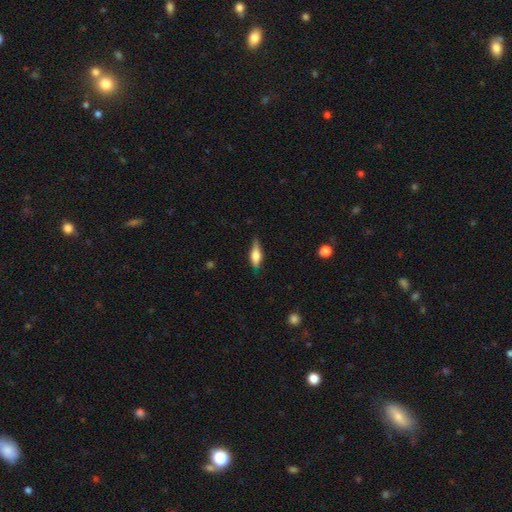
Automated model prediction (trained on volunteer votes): This appears to be a smooth galaxy with no disk features (60%) that is in between round and cigar-shaped (57%). Merging: none (67%).